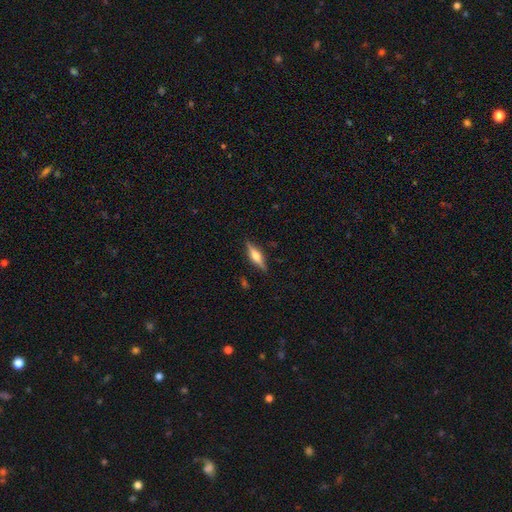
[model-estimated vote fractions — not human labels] smooth-or-featured: featured or disk: 58% | smooth: 35% | star or artifact: 7%
  disk-edge-on: yes: 96% | no: 4%
    edge-on-bulge: rounded: 84% | boxy: 12% | none: 4%
  merging: none: 86% | minor disturbance: 10% | major disturbance: 2% | merger: 1%